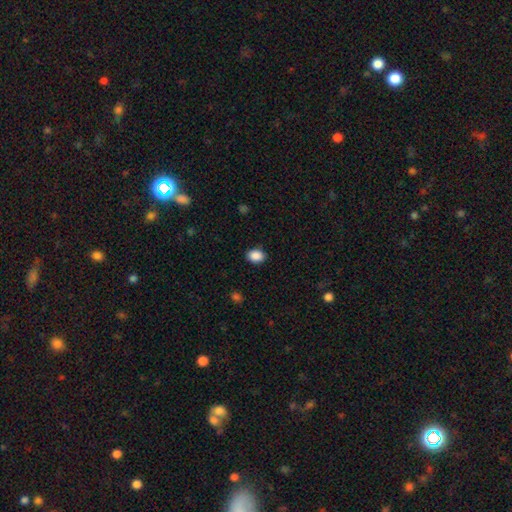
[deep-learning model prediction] This appears to be a smooth galaxy with no disk features (89%) that is in between round and cigar-shaped (68%). Merging: none (88%).